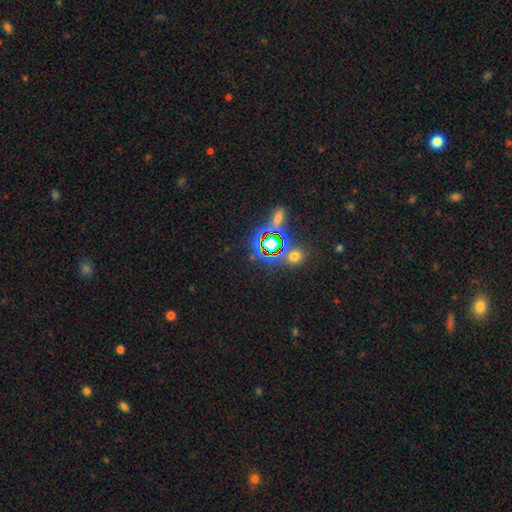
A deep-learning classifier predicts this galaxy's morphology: Smooth or featured: star or artifact — 45% (smooth — 31%)